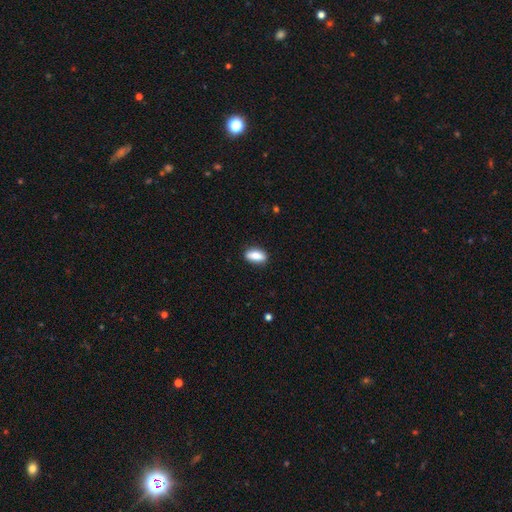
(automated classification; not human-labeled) Overall: smooth (86%). How rounded: in between (85%). Merging: none (87%).